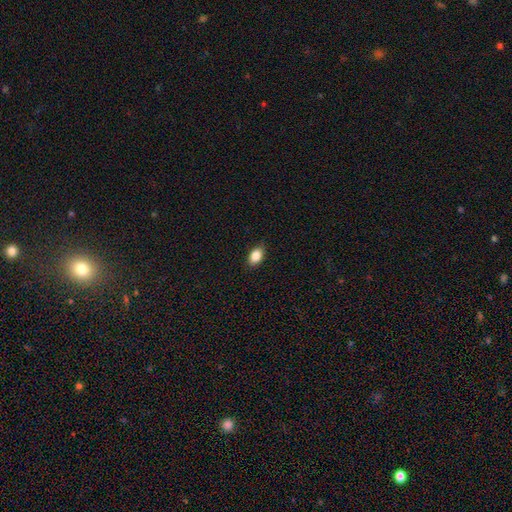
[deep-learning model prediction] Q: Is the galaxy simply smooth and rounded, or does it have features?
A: smooth — 87%.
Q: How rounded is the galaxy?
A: in between — 87%.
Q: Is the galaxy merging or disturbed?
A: none — 86%.